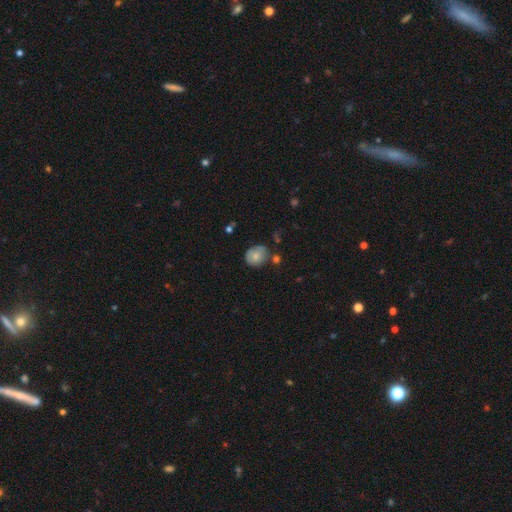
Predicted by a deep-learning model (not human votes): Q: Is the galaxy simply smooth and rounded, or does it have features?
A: smooth — 71%.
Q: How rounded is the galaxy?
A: round — 68%.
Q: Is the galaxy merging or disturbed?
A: none — 58%.